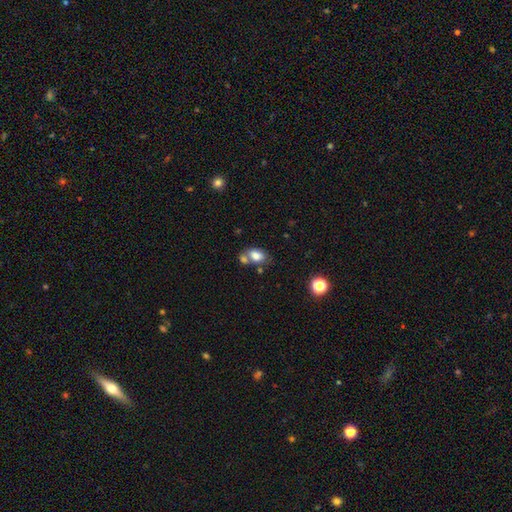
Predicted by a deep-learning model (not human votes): This appears to be a smooth galaxy with no disk features (80%) that is in between round and cigar-shaped (82%). Merging: none (43%).